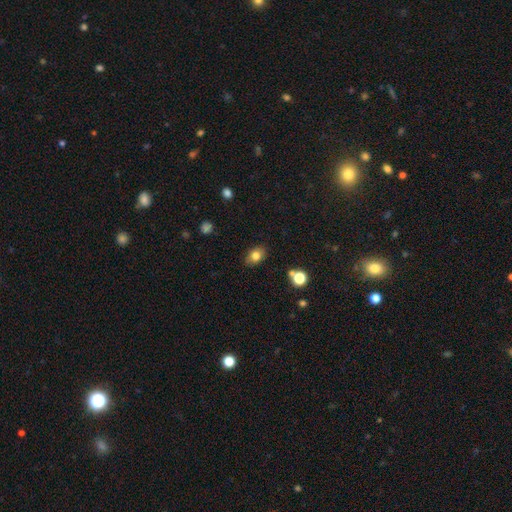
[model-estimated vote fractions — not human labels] This is likely a smooth galaxy (79%). How rounded: likely in between (77%). Merging: clearly none (85%).